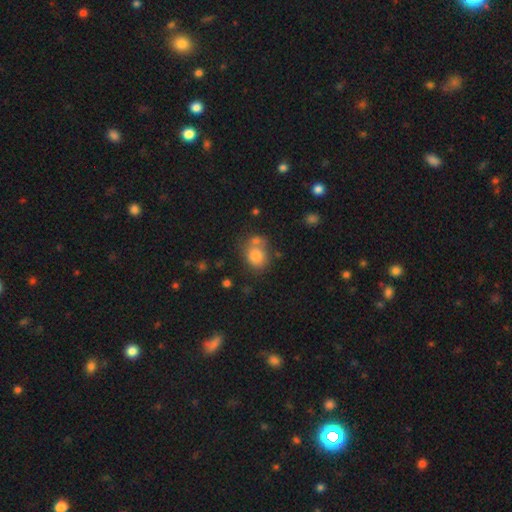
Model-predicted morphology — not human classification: A smooth galaxy with no disk features (79%) that is round (61%). Merging: none (50%).